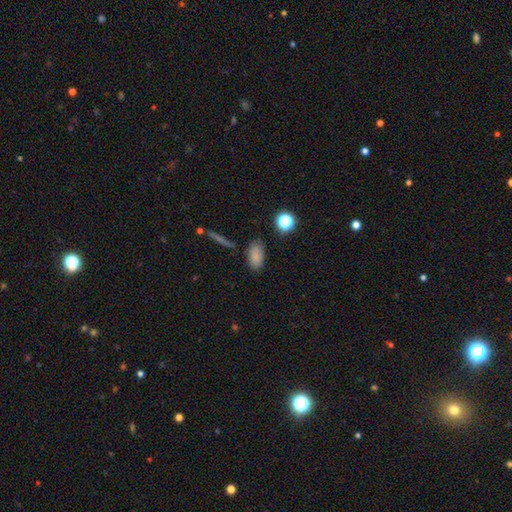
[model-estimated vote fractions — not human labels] smooth 81%, star or artifact 12%, featured or disk 7%. Down the decision tree: how rounded — in between (88%); merging — none (78%).